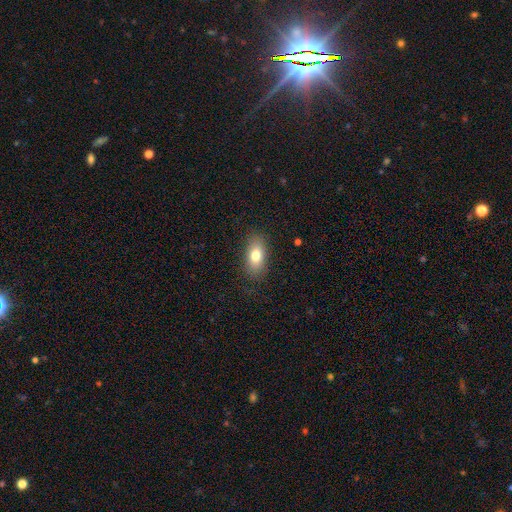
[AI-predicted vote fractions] Morphology: type=smooth (77%); roundness=in between (86%); merging=none (83%).